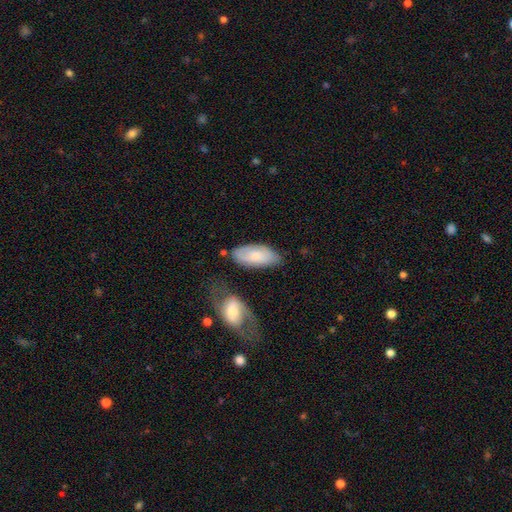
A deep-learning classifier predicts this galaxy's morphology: Q: Smooth or featured?
A: smooth (72%); runner-up: featured or disk (22%)
Q: How rounded?
A: in between (90%); runner-up: cigar-shaped (8%)
Q: Merging?
A: none (63%); runner-up: minor disturbance (21%)